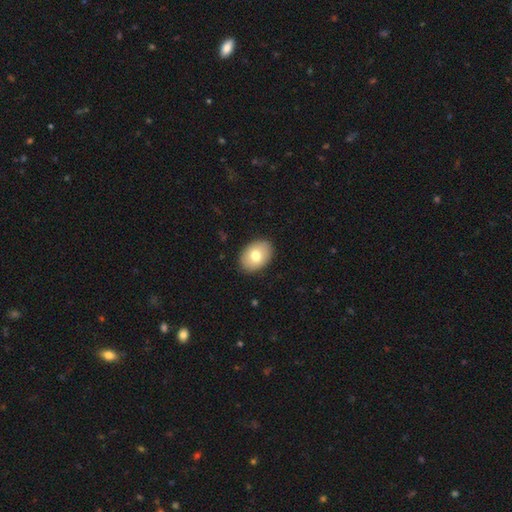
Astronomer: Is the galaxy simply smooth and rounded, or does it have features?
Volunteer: smooth — 79%.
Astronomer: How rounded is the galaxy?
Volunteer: in between — 93%.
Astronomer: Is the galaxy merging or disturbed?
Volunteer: none — 94%.